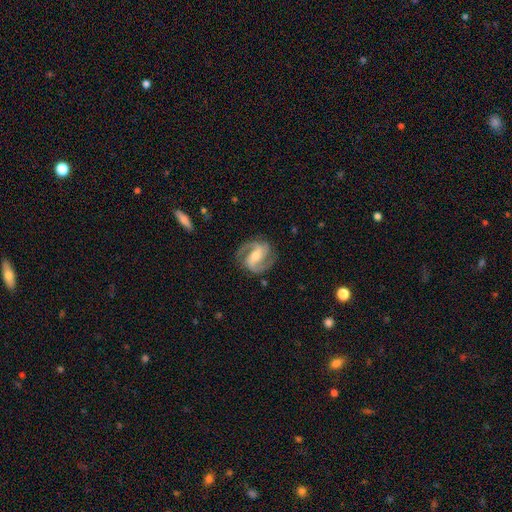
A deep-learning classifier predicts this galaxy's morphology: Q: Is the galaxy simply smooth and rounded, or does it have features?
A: featured or disk — 89%.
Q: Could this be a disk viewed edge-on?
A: no — 98%.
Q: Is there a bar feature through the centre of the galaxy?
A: strong — 41%.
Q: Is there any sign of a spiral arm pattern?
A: yes — 98%.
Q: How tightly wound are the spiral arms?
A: medium — 57%.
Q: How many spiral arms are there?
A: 2 — 84%.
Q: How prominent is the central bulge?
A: moderate — 56%.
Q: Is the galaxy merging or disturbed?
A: none — 82%.